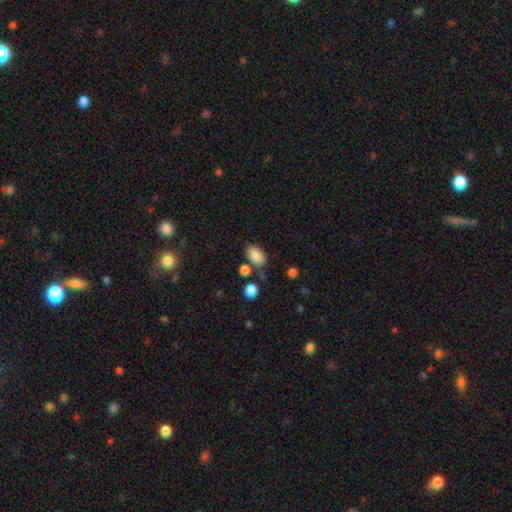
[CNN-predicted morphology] Overall: smooth (86%). How rounded: in between (89%). Merging: none (66%).